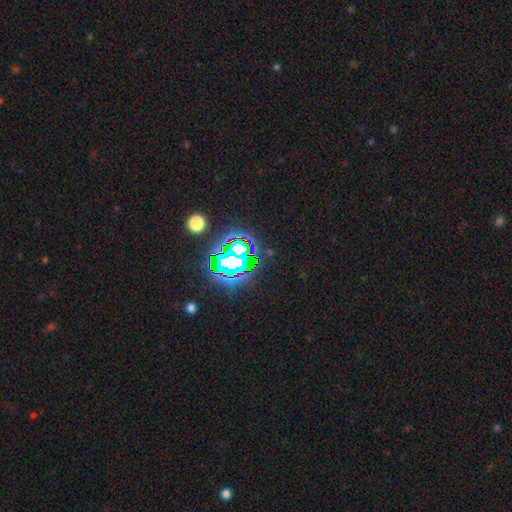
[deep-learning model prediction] smooth-or-featured: star or artifact: 80% | smooth: 12% | featured or disk: 8%